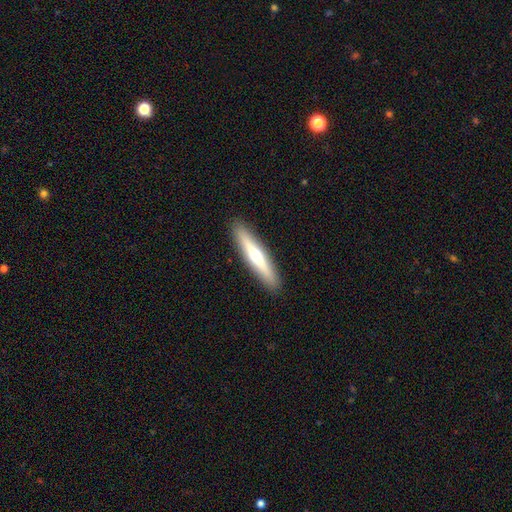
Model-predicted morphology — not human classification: smooth-or-featured: featured or disk: 50% | smooth: 45% | star or artifact: 5%
  merging: none: 92% | minor disturbance: 6% | major disturbance: 1% | merger: 1%